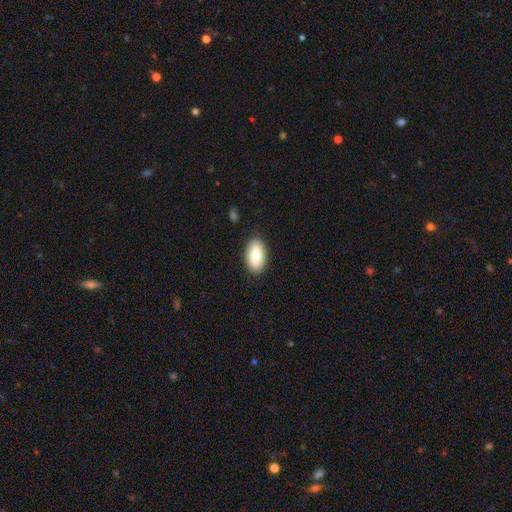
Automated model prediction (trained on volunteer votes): smooth_or_featured: smooth (p=0.84) [alt: featured or disk p=0.10]
how_rounded: in between (p=0.94) [alt: cigar-shaped p=0.03]
merging: none (p=0.88) [alt: minor disturbance p=0.09]